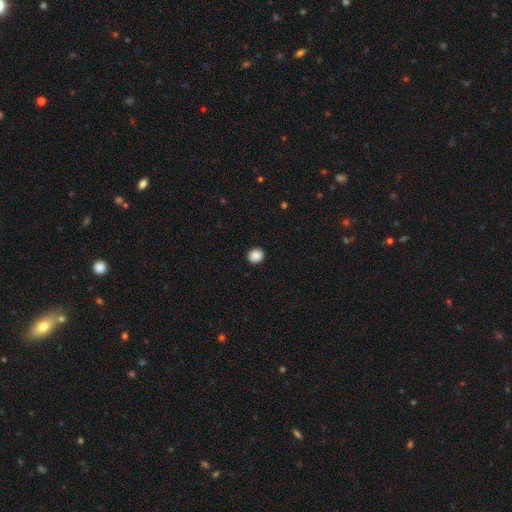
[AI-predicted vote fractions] The model was most divided on "how rounded": round: 83%, in between: 16%, cigar-shaped: 1%. More confident: merging — none (91%); smooth or featured — smooth (88%).